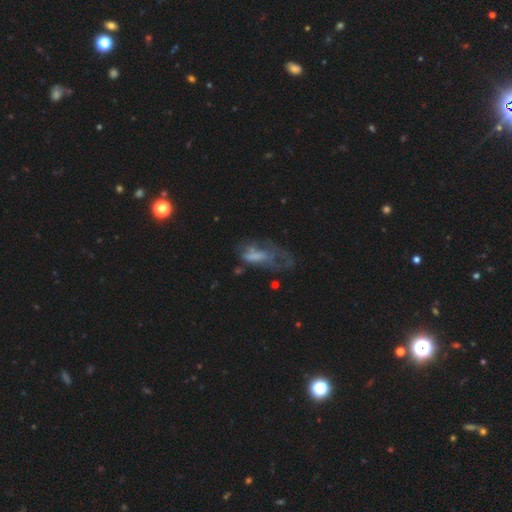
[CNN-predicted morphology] A smooth galaxy with no disk features (44%). Merging: major disturbance (50%).